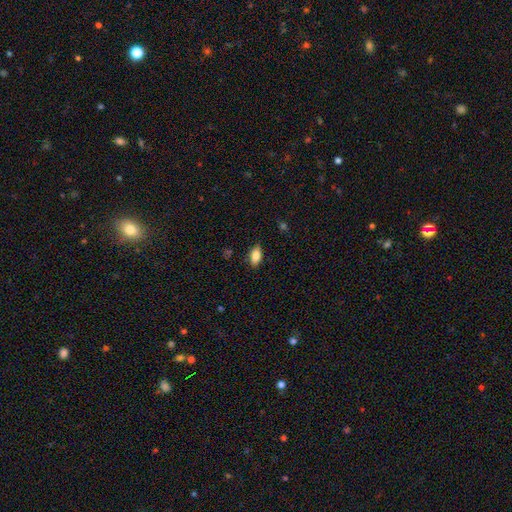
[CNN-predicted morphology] type=smooth (86%); roundness=in between (90%); merging=none (85%).